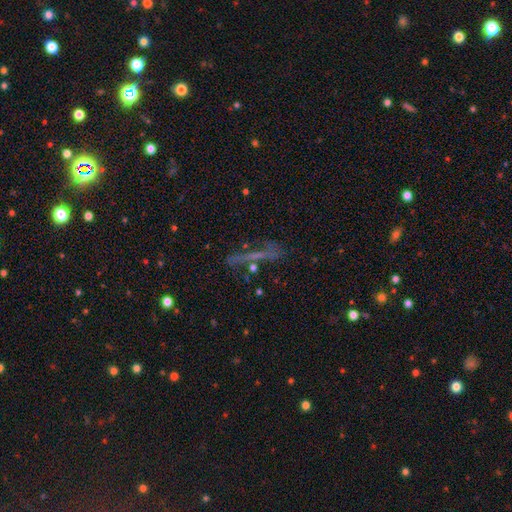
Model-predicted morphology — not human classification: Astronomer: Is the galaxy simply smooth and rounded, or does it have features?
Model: featured or disk — 45% (runner-up: smooth, 31%).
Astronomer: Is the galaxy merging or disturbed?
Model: none — 61%.